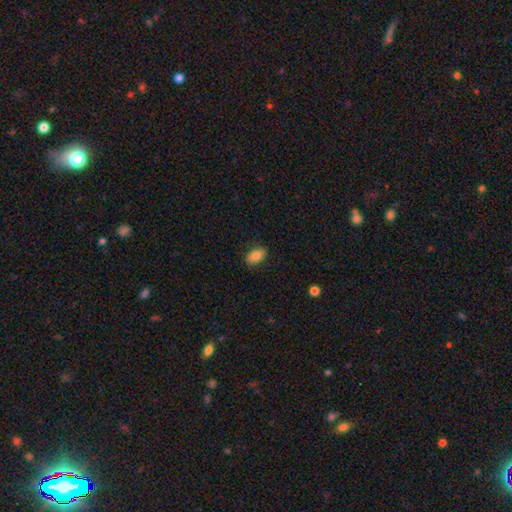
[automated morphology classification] A smooth galaxy with no disk features (82%) that is in between round and cigar-shaped (89%). Merging: none (86%).